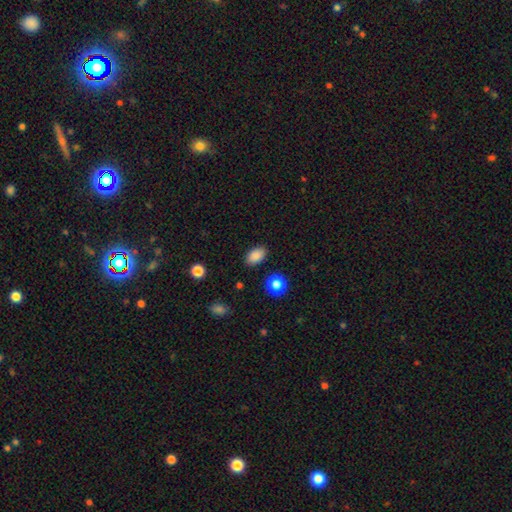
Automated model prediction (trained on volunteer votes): This is clearly a smooth galaxy (87%). How rounded: clearly in between (89%). Merging: clearly none (88%).